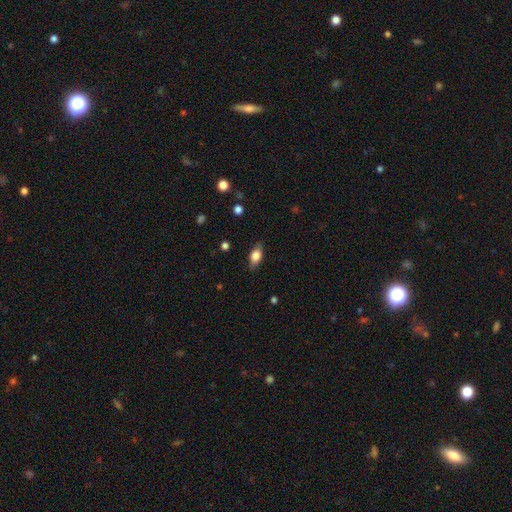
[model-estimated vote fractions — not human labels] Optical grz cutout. It shows a smooth galaxy with no disk features (79%) that is in between round and cigar-shaped (86%). Merging: none (84%).